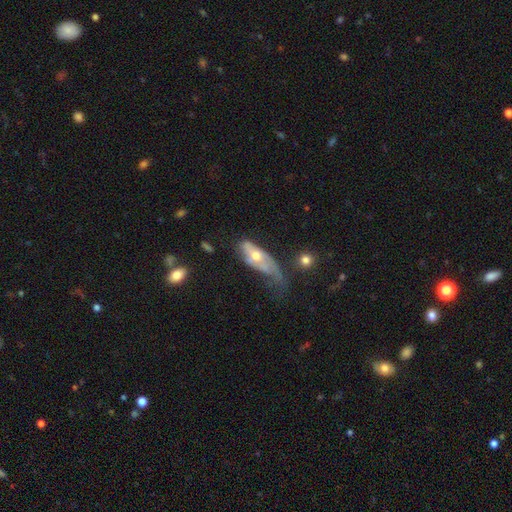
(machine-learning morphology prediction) Q: Smooth or featured?
A: featured or disk (52%); runner-up: smooth (41%)
Q: Edge-on disk?
A: no (75%); runner-up: yes (25%)
Q: Merging?
A: major disturbance (45%); runner-up: minor disturbance (29%)